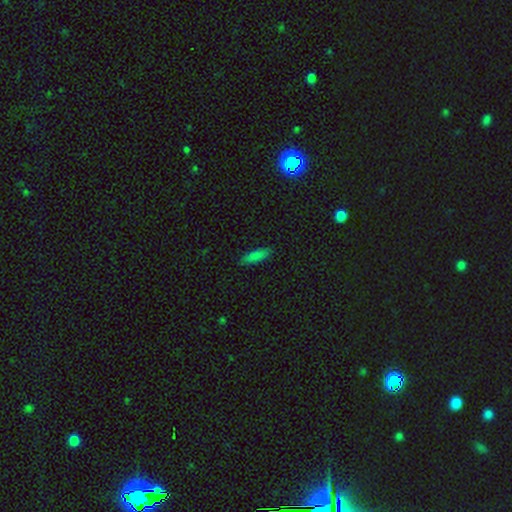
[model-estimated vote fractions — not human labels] Morphology: type=smooth (84%); roundness=in between (51%); merging=none (87%).